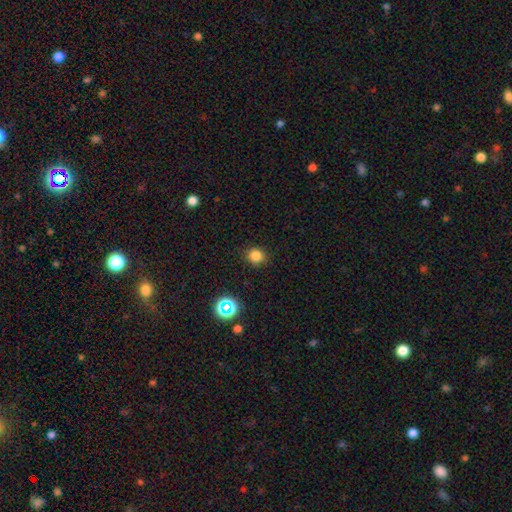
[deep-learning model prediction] The model was most divided on "smooth or featured": smooth: 81%, star or artifact: 15%, featured or disk: 4%. More confident: merging — none (88%); how rounded — round (86%).